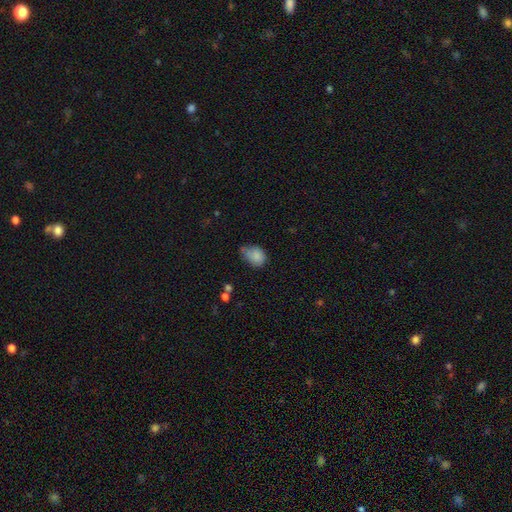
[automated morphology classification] This appears to be a smooth galaxy with no disk features (83%) that is in between round and cigar-shaped (69%). Merging: none (44%).